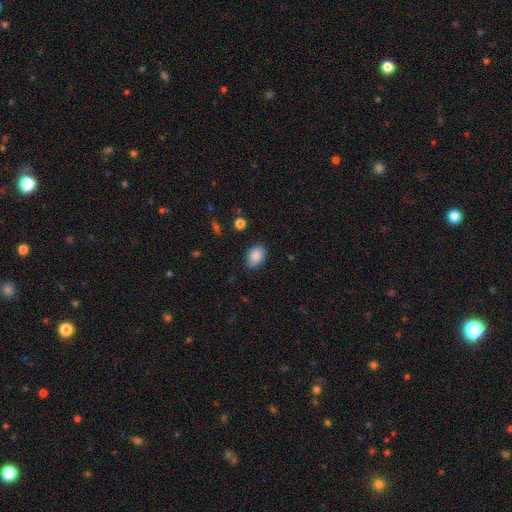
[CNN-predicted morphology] Smooth or featured? Predicted: smooth (p=0.86). How rounded? Predicted: in between (p=0.85). Merging? Predicted: none (p=0.81).